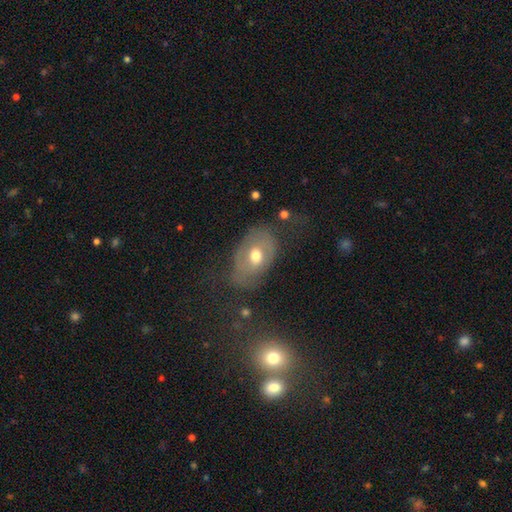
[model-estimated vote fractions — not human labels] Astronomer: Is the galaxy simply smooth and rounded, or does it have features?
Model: smooth — 49% (runner-up: featured or disk, 41%).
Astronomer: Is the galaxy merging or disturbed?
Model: none — 47% (runner-up: minor disturbance, 26%).